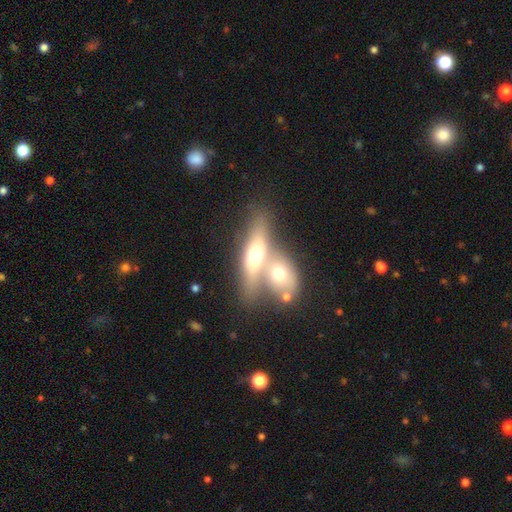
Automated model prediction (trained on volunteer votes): Morphology: type=smooth (48%); merging=merger (65%).